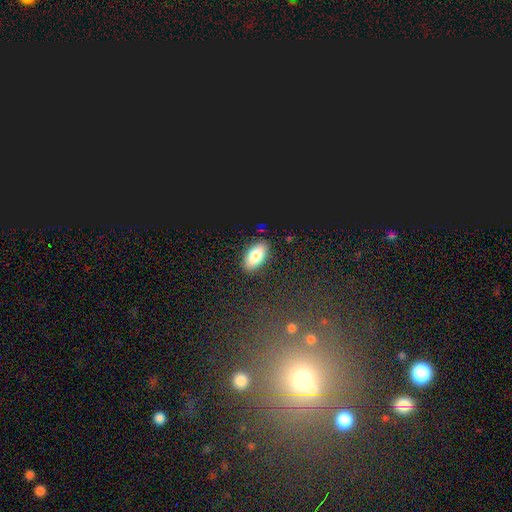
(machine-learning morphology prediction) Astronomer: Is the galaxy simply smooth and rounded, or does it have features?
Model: smooth — 79%.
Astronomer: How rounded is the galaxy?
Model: in between — 91%.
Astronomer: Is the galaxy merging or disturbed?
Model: none — 88%.